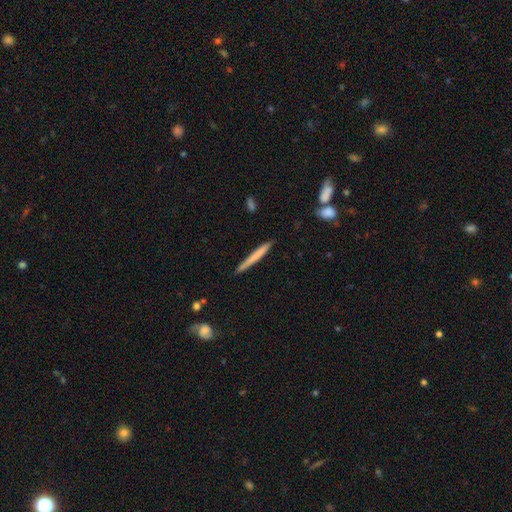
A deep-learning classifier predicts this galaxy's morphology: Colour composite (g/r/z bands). It shows a smooth galaxy with no disk features (67%) that is cigar-shaped (97%). Merging: none (88%).